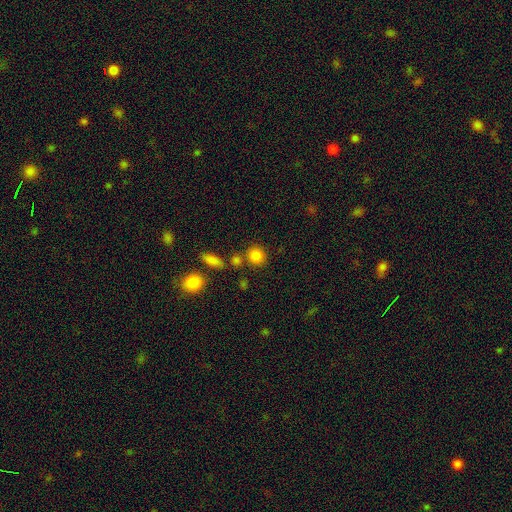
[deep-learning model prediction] Q: Smooth or featured?
A: smooth (84%); runner-up: star or artifact (11%)
Q: How rounded?
A: round (84%); runner-up: in between (14%)
Q: Merging?
A: none (75%); runner-up: merger (12%)